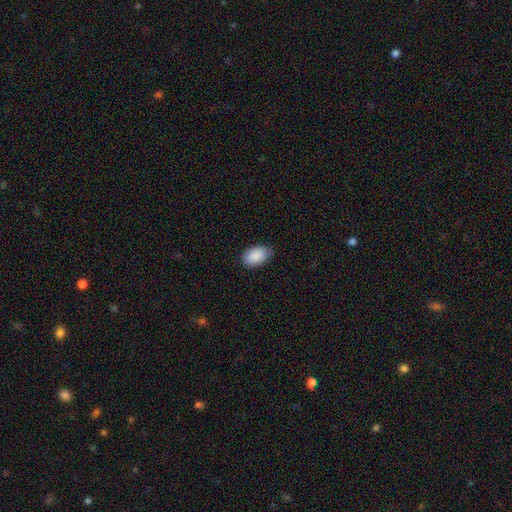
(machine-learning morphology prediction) The model was most divided on "merging": none: 78%, minor disturbance: 19%, major disturbance: 3%, merger: 1%. More confident: how rounded — in between (93%); smooth or featured — smooth (90%).